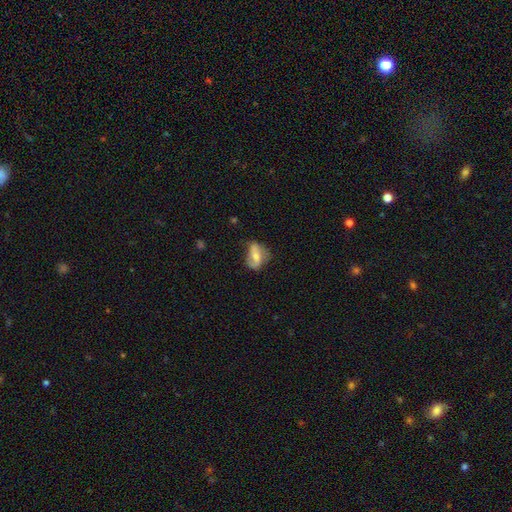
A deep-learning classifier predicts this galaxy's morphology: Smooth or featured: featured or disk — 51% (smooth — 41%)
Edge-on disk: no — 93% (yes — 7%)
Merging: none — 46% (minor disturbance — 32%)